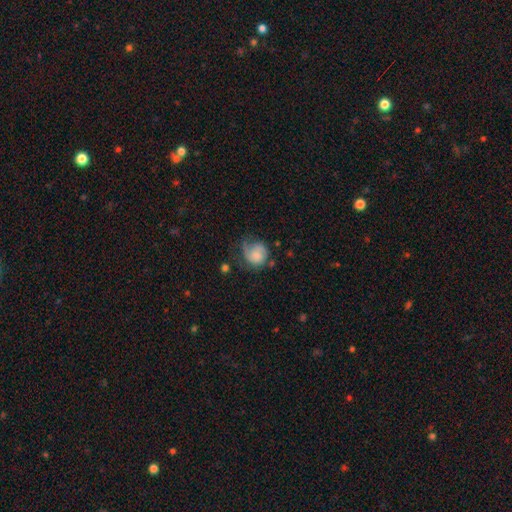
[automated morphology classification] smooth_or_featured: smooth (p=0.48) [alt: featured or disk p=0.43]
merging: none (p=0.43) [alt: minor disturbance p=0.29]